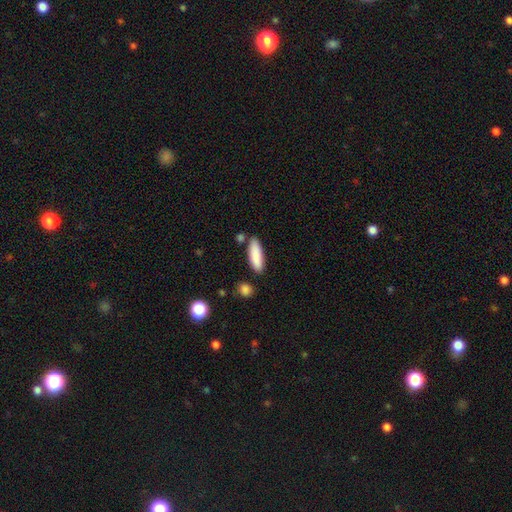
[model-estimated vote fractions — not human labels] smooth 88%, featured or disk 6%, star or artifact 6%. Down the decision tree: how rounded — cigar-shaped (50%); merging — none (80%).